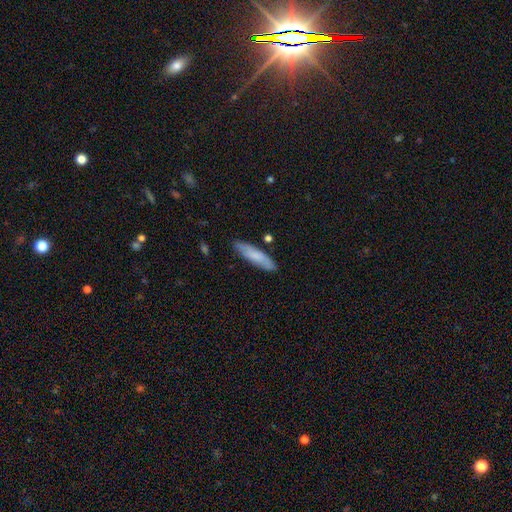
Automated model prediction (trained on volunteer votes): Q: Smooth or featured?
A: smooth (73%); runner-up: featured or disk (21%)
Q: How rounded?
A: cigar-shaped (71%); runner-up: in between (27%)
Q: Merging?
A: none (83%); runner-up: minor disturbance (12%)